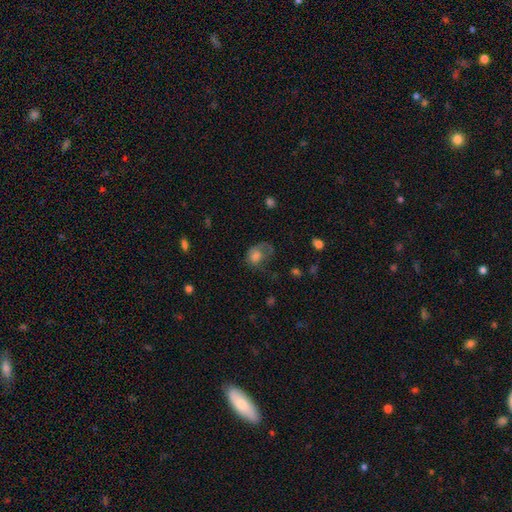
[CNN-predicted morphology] A smooth galaxy with no disk features (64%) that is in between round and cigar-shaped (60%). Merging: major disturbance (46%).